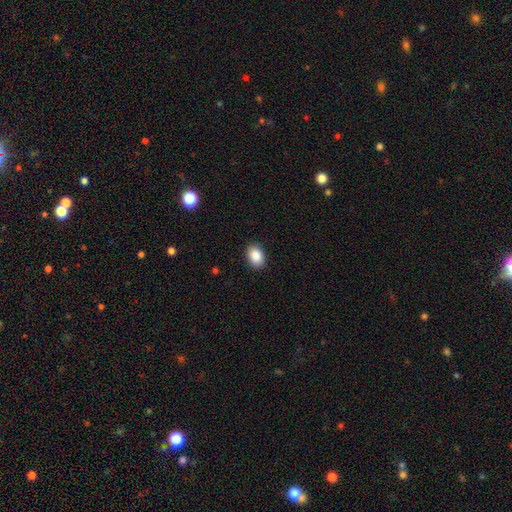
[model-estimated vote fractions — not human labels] Smooth or featured?
  - smooth: 88% *
  - star or artifact: 8%
  - featured or disk: 4%
How rounded?
  - in between: 78% *
  - round: 21%
  - cigar-shaped: 1%
Merging?
  - none: 89% *
  - minor disturbance: 8%
  - major disturbance: 2%
  - merger: 1%